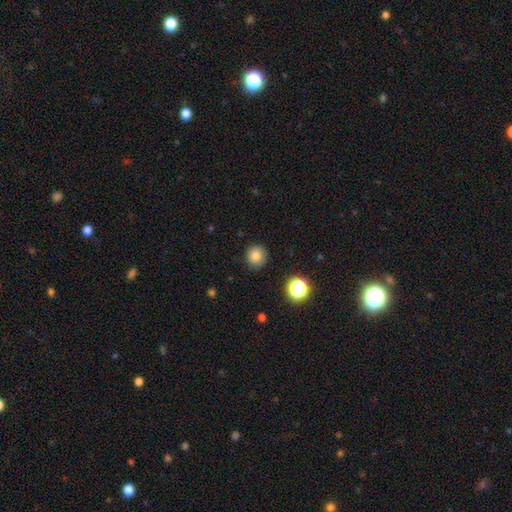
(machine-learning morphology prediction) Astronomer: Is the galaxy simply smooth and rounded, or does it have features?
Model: smooth — 82%.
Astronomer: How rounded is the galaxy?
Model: round — 92%.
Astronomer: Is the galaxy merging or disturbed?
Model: none — 89%.